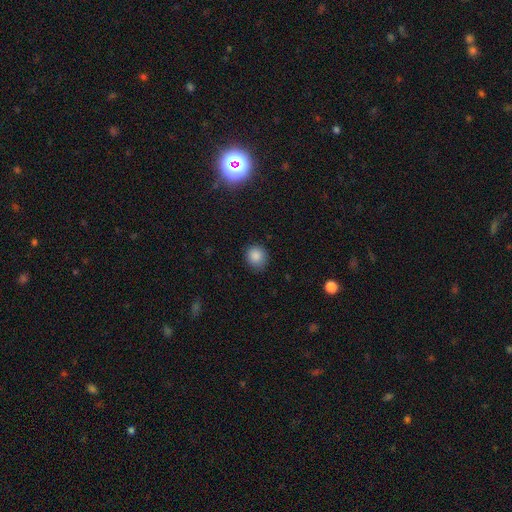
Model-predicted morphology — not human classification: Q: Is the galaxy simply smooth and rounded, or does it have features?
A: smooth — 86%.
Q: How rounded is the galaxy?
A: round — 81%.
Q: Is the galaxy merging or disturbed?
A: none — 83%.